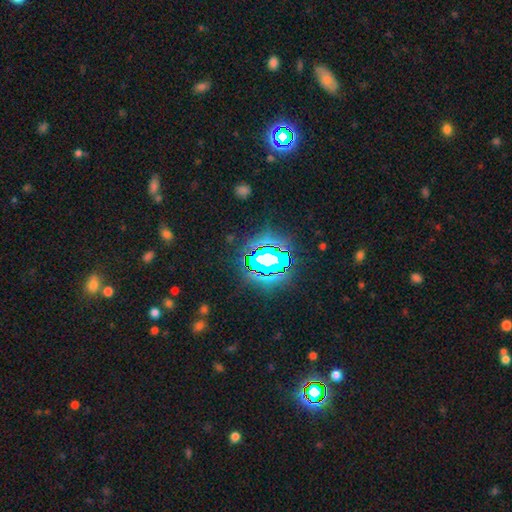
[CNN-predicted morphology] Q: Smooth or featured?
A: star or artifact (76%); runner-up: smooth (14%)